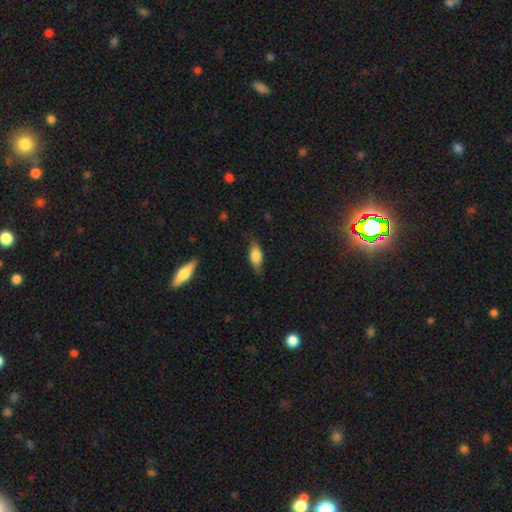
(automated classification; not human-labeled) Overall: smooth (74%). How rounded: in between (80%). Merging: none (71%).